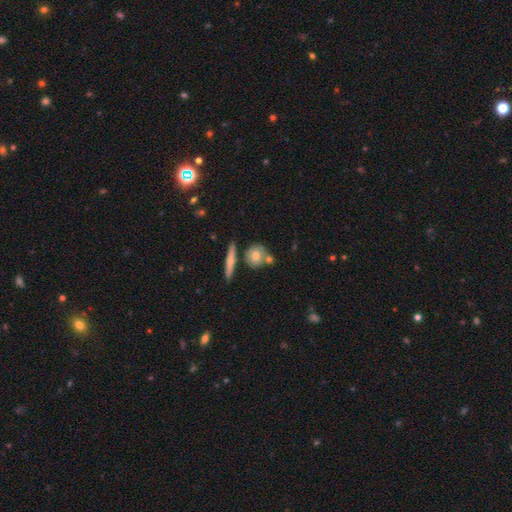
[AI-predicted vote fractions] Q: Smooth or featured?
A: smooth (65%); runner-up: featured or disk (27%)
Q: How rounded?
A: round (79%); runner-up: in between (17%)
Q: Merging?
A: none (62%); runner-up: merger (23%)